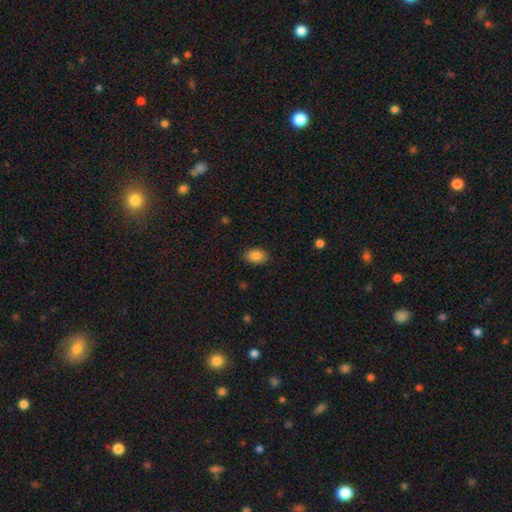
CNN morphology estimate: Smooth or featured?
  - smooth: 87% *
  - star or artifact: 8%
  - featured or disk: 5%
How rounded?
  - in between: 83% *
  - round: 15%
  - cigar-shaped: 1%
Merging?
  - none: 87% *
  - minor disturbance: 10%
  - major disturbance: 2%
  - merger: 1%